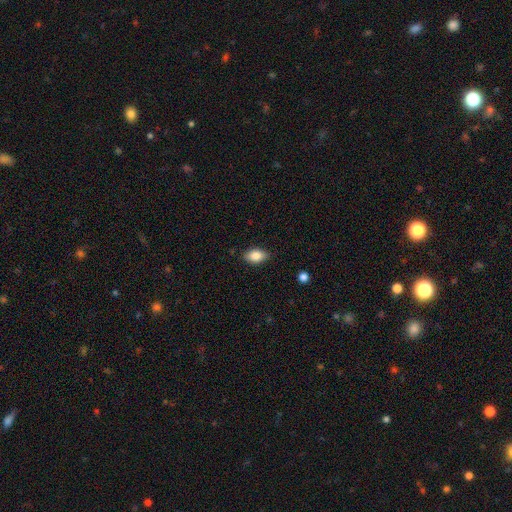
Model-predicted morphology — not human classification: This appears to be a smooth galaxy with no disk features (85%) that is in between round and cigar-shaped (89%). Merging: none (85%).